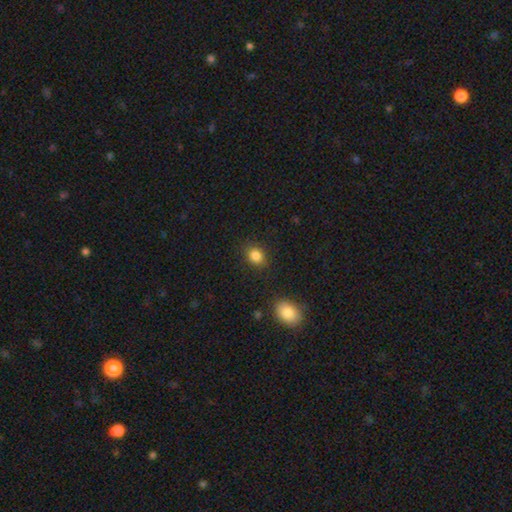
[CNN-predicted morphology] smooth_or_featured: smooth (p=0.84) [alt: star or artifact p=0.11]
how_rounded: round (p=0.50) [alt: in between p=0.48]
merging: none (p=0.86) [alt: minor disturbance p=0.10]